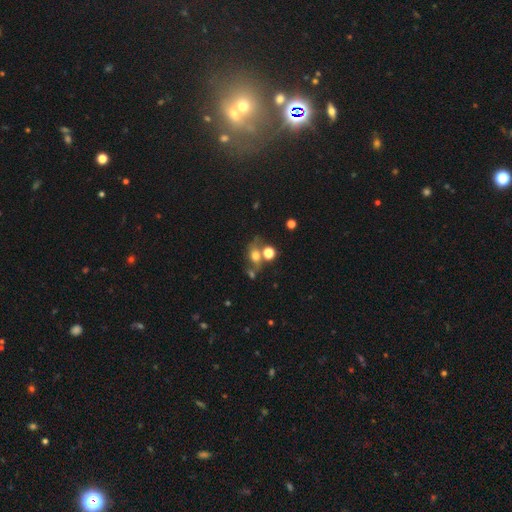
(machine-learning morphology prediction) smooth_or_featured: smooth (p=0.57) [alt: featured or disk p=0.23]
how_rounded: round (p=0.49) [alt: in between p=0.48]
merging: none (p=0.47) [alt: merger p=0.27]